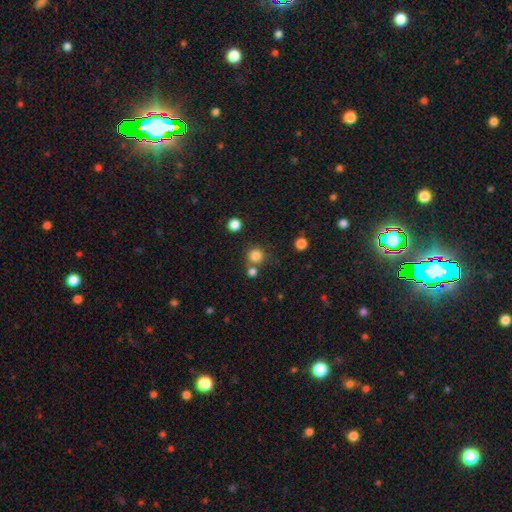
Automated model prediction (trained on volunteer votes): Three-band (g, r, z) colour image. It shows a smooth galaxy with no disk features (81%) that is round (94%). Merging: none (73%).